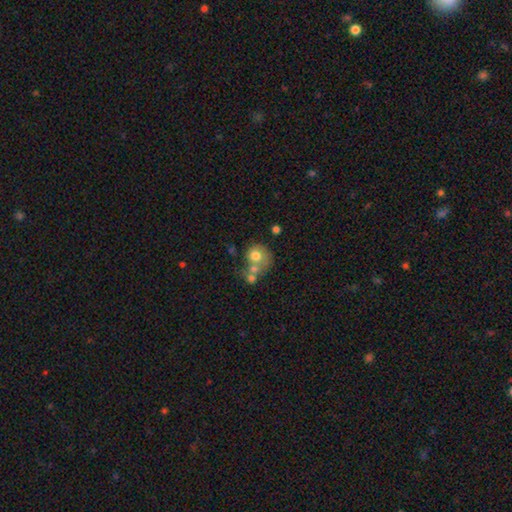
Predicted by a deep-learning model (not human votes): smooth_or_featured: smooth (p=0.68) [alt: featured or disk p=0.22]
how_rounded: round (p=0.76) [alt: in between p=0.23]
merging: merger (p=0.46) [alt: none p=0.32]